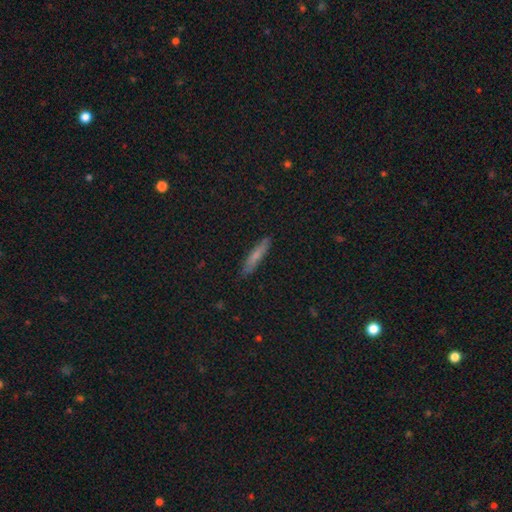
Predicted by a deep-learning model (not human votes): This is likely a smooth galaxy (70%). How rounded: clearly cigar-shaped (89%). Merging: clearly none (88%).